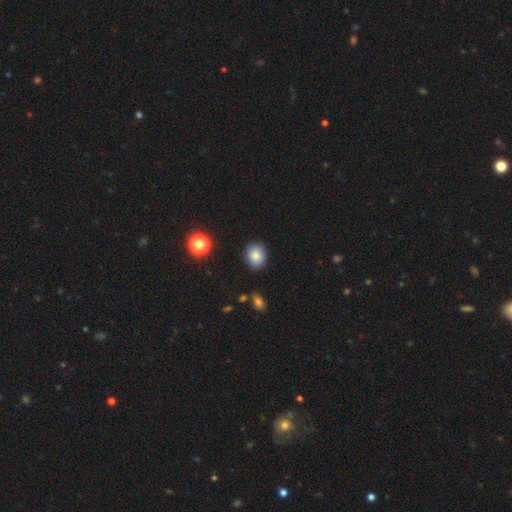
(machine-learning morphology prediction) smooth 83%, star or artifact 10%, featured or disk 7%. Down the decision tree: how rounded — round (58%); merging — none (86%).